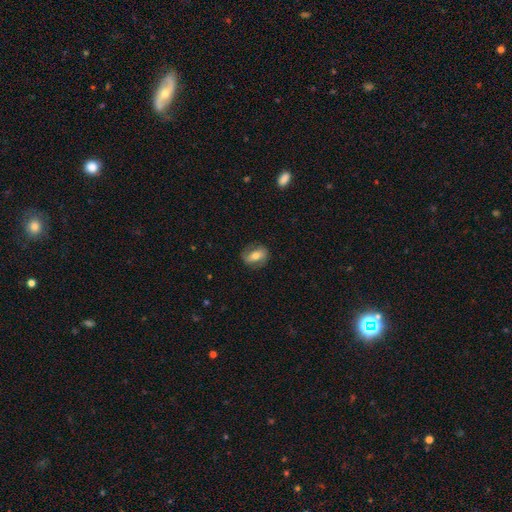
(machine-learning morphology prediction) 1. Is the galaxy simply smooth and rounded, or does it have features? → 50% featured or disk, 43% smooth, 7% star or artifact.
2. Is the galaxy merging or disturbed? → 78% none, 15% minor disturbance, 6% major disturbance, 1% merger.